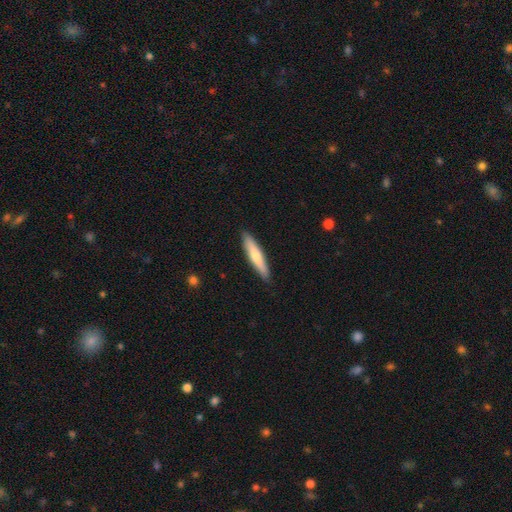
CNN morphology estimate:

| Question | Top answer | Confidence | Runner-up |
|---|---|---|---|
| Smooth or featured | smooth | 66% | featured or disk (29%) |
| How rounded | cigar-shaped | 88% | in between (11%) |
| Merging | none | 90% | minor disturbance (8%) |